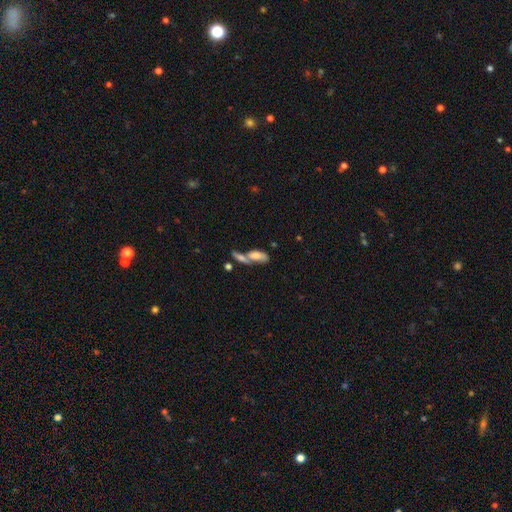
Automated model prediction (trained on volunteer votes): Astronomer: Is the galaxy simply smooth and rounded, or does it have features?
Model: smooth — 67%.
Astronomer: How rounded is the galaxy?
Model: in between — 76%.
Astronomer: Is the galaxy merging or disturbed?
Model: merger — 53% (runner-up: none, 28%).